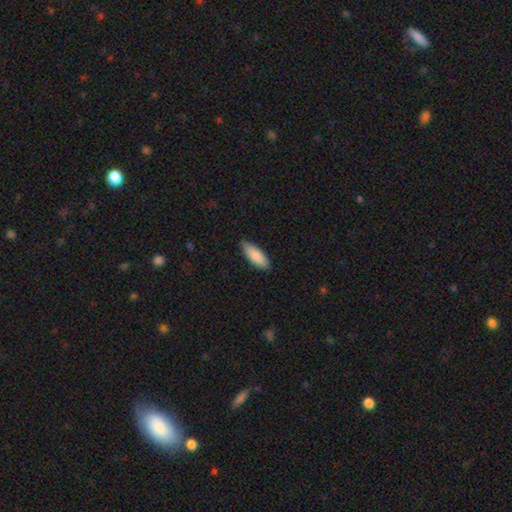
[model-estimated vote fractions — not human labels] A smooth galaxy with no disk features (86%) that is in between round and cigar-shaped (73%).

Vote fractions:
- Smooth or featured? smooth: 86% / featured or disk: 9% / star or artifact: 5%
- How rounded? in between: 73% / cigar-shaped: 25% / round: 2%
- Merging? none: 84% / minor disturbance: 13% / major disturbance: 2% / merger: 1%